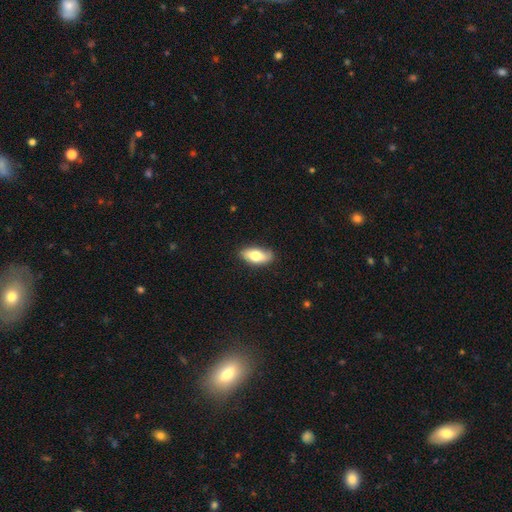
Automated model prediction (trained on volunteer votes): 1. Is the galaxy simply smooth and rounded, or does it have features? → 72% smooth, 22% featured or disk, 6% star or artifact.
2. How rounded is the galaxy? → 87% in between, 10% cigar-shaped, 3% round.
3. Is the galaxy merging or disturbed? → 81% none, 15% minor disturbance, 3% major disturbance, 1% merger.